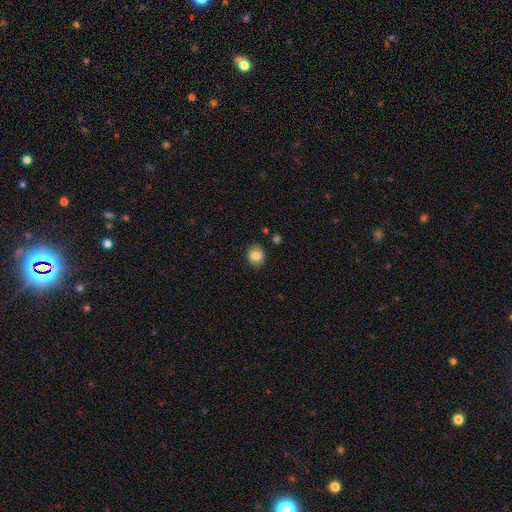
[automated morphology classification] A smooth galaxy with no disk features (82%) that is round (57%).

Vote fractions:
- Smooth or featured? smooth: 82% / featured or disk: 9% / star or artifact: 9%
- How rounded? round: 57% / in between: 42% / cigar-shaped: 1%
- Merging? none: 86% / minor disturbance: 10% / major disturbance: 2% / merger: 2%